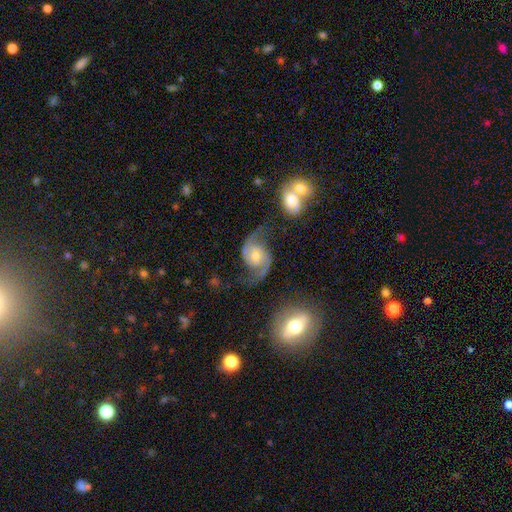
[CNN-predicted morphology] Overall: featured or disk (89%). Edge-on disk: no (98%). Bar: no (62%; weak 29%). Spiral arms: yes (97%). Spiral arm count: 2 (93%). Spiral winding: medium (49%; loose 38%). Bulge size: moderate (57%; small 34%). Merging: none (68%).